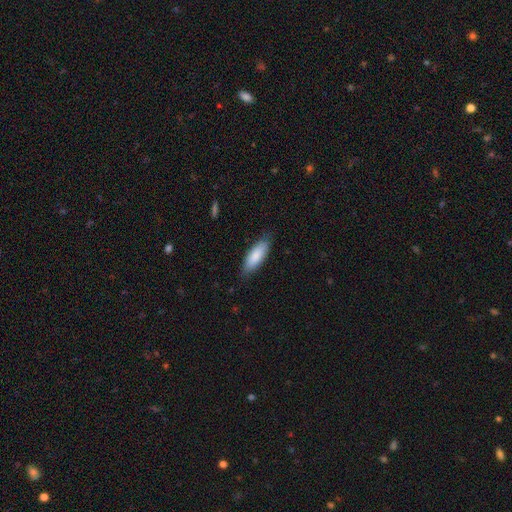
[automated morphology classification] smooth 85%, featured or disk 10%, star or artifact 5%. Down the decision tree: how rounded — in between (69%); merging — none (80%).